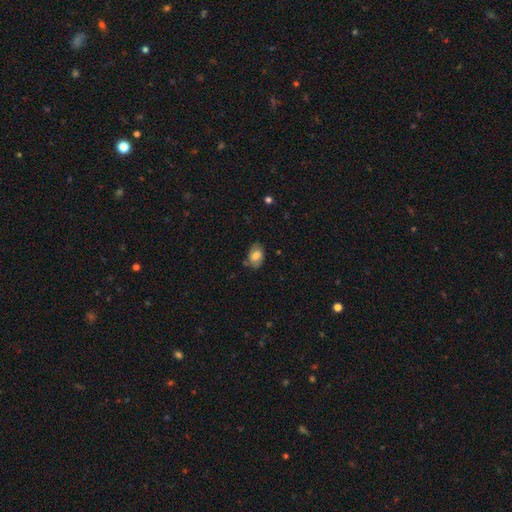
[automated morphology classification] smooth_or_featured: smooth (p=0.73) [alt: featured or disk p=0.19]
how_rounded: in between (p=0.85) [alt: round p=0.14]
merging: none (p=0.72) [alt: minor disturbance p=0.20]